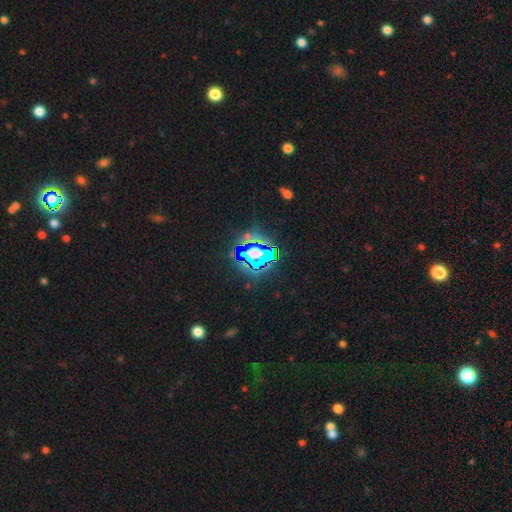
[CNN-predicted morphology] This is likely a star or artifact rather than a galaxy (76%).